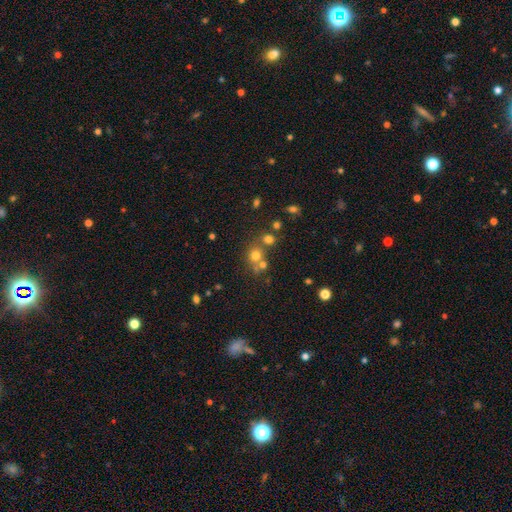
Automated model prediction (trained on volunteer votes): smooth-or-featured: smooth: 68% | star or artifact: 20% | featured or disk: 12%
  how-rounded: round: 83% | in between: 16% | cigar-shaped: 1%
  merging: none: 53% | merger: 34% | minor disturbance: 9% | major disturbance: 4%